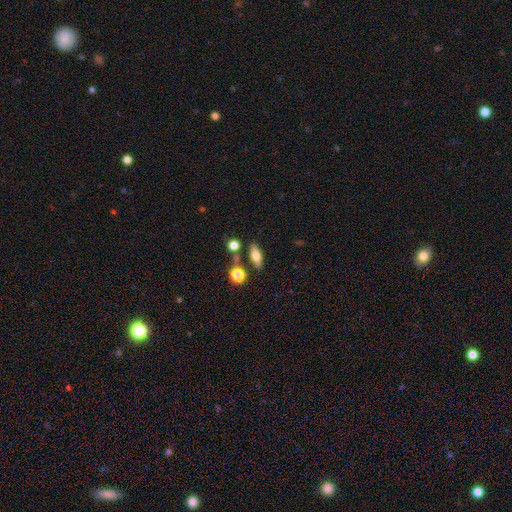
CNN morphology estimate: smooth_or_featured: smooth (p=0.65) [alt: featured or disk p=0.26]
how_rounded: in between (p=0.67) [alt: cigar-shaped p=0.25]
merging: none (p=0.77) [alt: minor disturbance p=0.11]